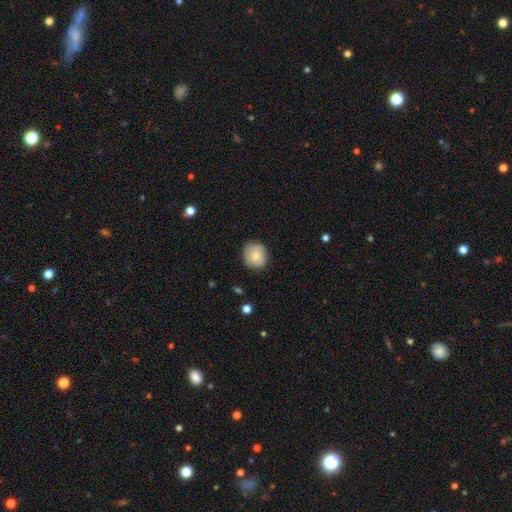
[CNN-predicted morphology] This appears to be a smooth galaxy with no disk features (74%) that is round (83%). Merging: none (79%).